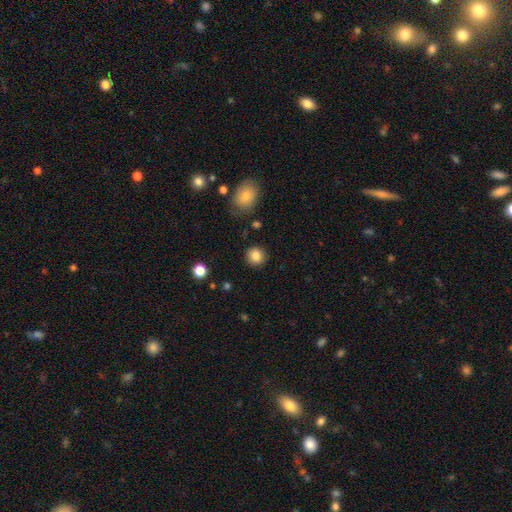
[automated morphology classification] Q: Smooth or featured?
A: smooth (84%); runner-up: star or artifact (10%)
Q: How rounded?
A: round (91%); runner-up: in between (8%)
Q: Merging?
A: none (89%); runner-up: minor disturbance (7%)